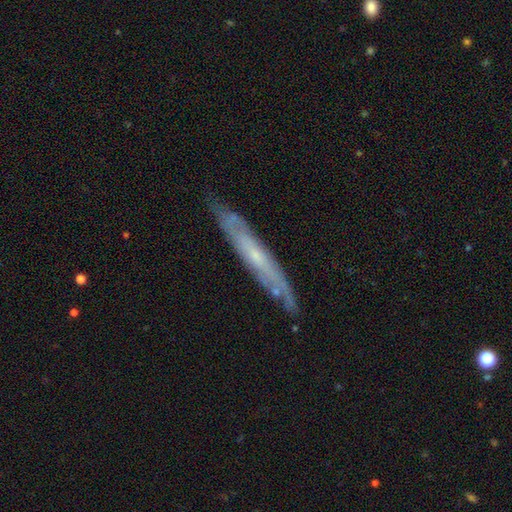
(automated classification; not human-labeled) smooth-or-featured: featured or disk: 72% | smooth: 22% | star or artifact: 6%
  disk-edge-on: yes: 66% | no: 34%
  merging: none: 80% | minor disturbance: 16% | major disturbance: 3% | merger: 1%